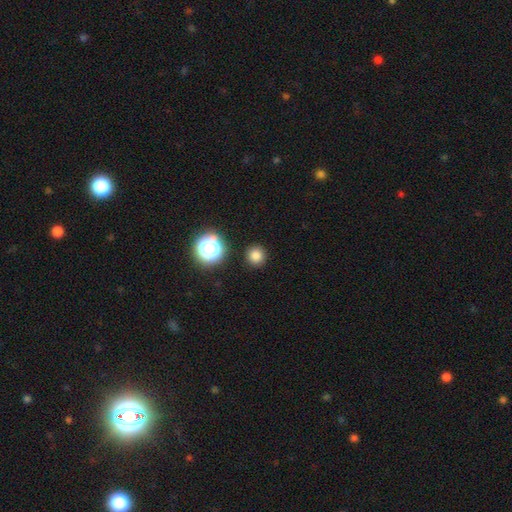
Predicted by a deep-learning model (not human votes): Overall: smooth (79%). How rounded: round (94%). Merging: none (91%).